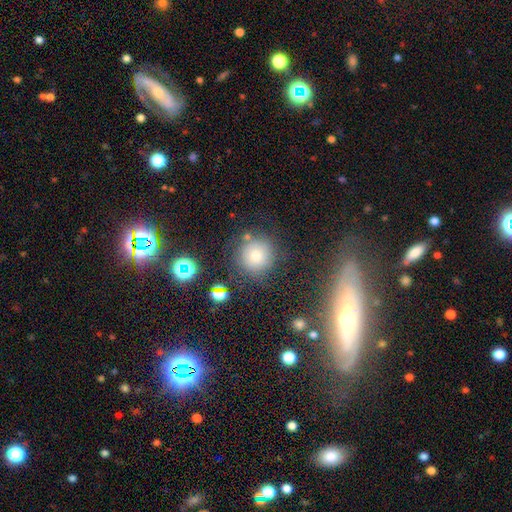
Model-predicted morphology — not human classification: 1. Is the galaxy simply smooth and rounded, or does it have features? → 70% smooth, 17% star or artifact, 13% featured or disk.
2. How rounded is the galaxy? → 94% round, 6% in between, 1% cigar-shaped.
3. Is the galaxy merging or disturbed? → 76% none, 13% minor disturbance, 6% major disturbance, 6% merger.